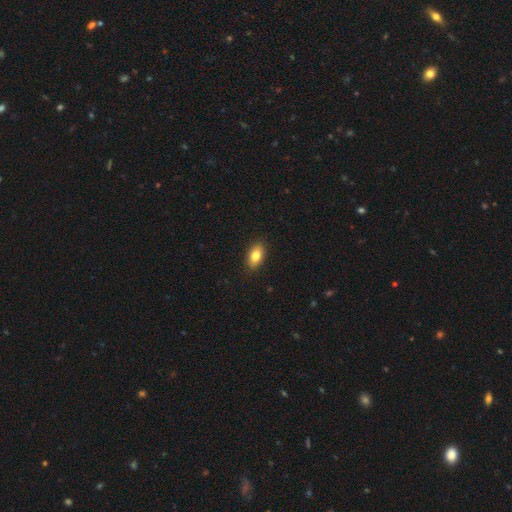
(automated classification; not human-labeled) smooth-or-featured: smooth: 81% | featured or disk: 11% | star or artifact: 8%
  how-rounded: in between: 89% | round: 7% | cigar-shaped: 4%
  merging: none: 89% | minor disturbance: 8% | major disturbance: 2% | merger: 1%